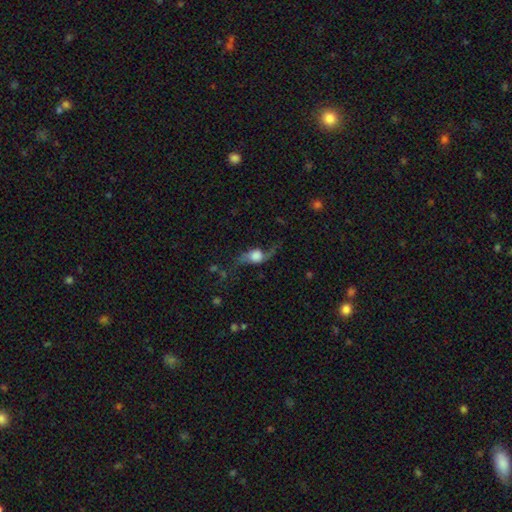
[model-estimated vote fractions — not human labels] smooth_or_featured: featured or disk (p=0.67) [alt: smooth p=0.24]
disk_edge_on: no (p=0.73) [alt: yes p=0.27]
merging: none (p=0.59) [alt: minor disturbance p=0.19]